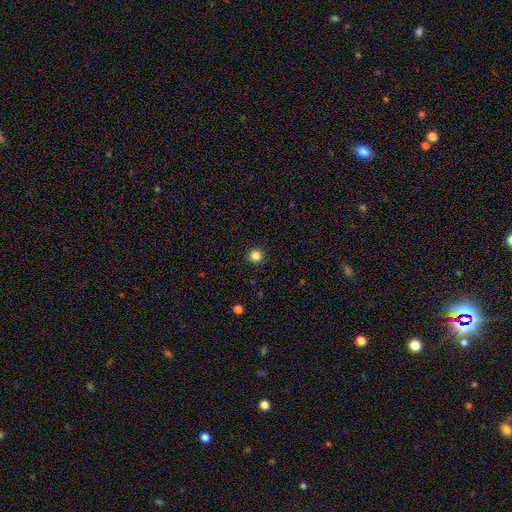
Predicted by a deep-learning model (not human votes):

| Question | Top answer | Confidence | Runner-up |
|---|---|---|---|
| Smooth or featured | smooth | 84% | star or artifact (12%) |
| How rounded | round | 95% | in between (4%) |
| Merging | none | 93% | minor disturbance (5%) |